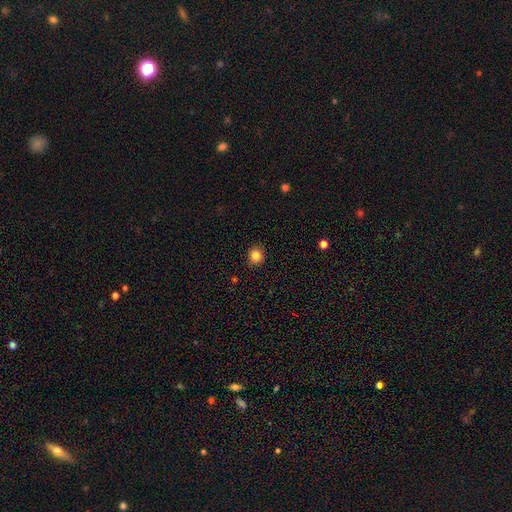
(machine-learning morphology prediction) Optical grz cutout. It shows a smooth galaxy with no disk features (83%) that is round (80%). Merging: none (91%).